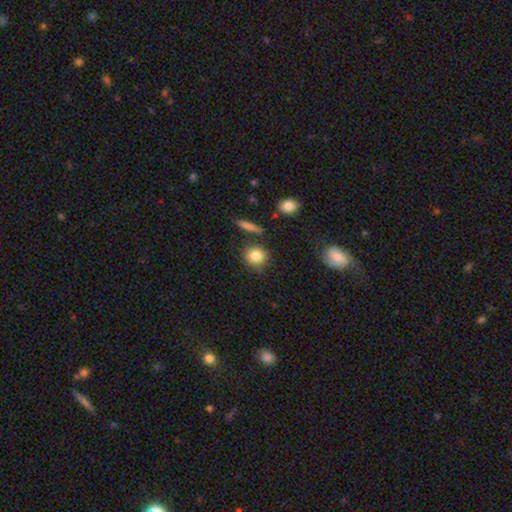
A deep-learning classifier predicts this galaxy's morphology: Smooth or featured? smooth (83%)
How rounded? round (83%)
Merging? none (77%)